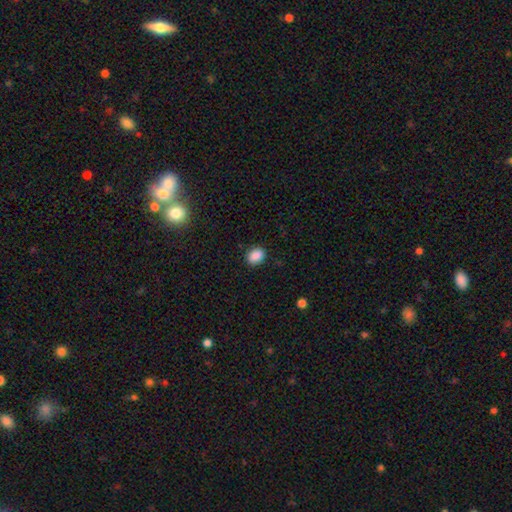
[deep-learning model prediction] Smooth or featured: smooth — 88% (star or artifact — 9%)
How rounded: in between — 62% (round — 37%)
Merging: none — 87% (minor disturbance — 9%)